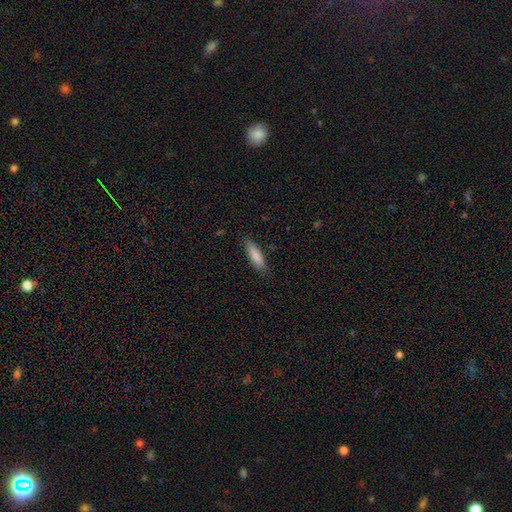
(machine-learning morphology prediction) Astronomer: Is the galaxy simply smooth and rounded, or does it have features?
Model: smooth — 85%.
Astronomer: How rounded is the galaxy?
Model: cigar-shaped — 53% (runner-up: in between, 45%).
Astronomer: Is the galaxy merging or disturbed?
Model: none — 83%.